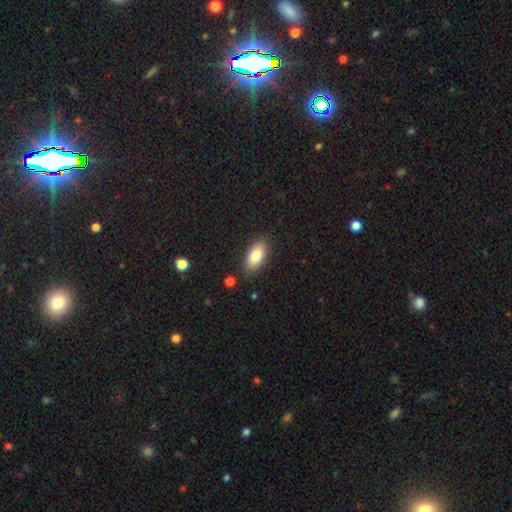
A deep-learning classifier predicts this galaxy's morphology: Overall: smooth (83%). How rounded: in between (91%). Merging: none (85%).